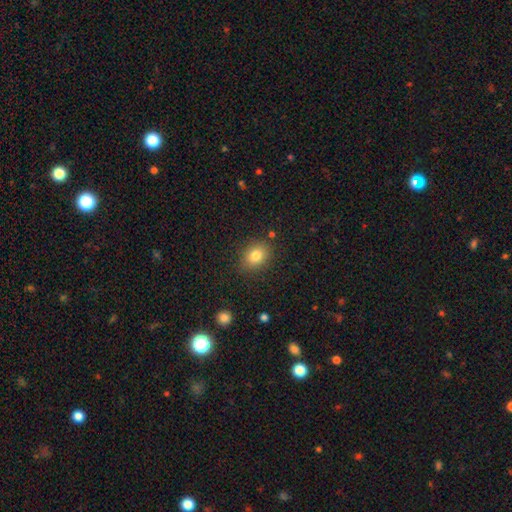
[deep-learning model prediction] Smooth or featured?
  - smooth: 82% *
  - star or artifact: 10%
  - featured or disk: 7%
How rounded?
  - in between: 62% *
  - round: 36%
  - cigar-shaped: 1%
Merging?
  - none: 83% *
  - minor disturbance: 12%
  - major disturbance: 3%
  - merger: 2%